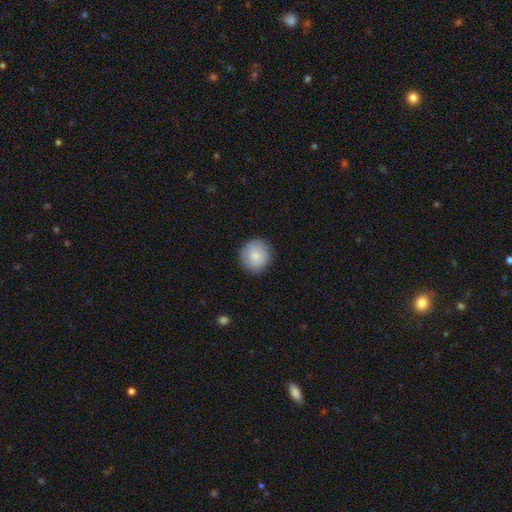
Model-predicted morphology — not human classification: Smooth or featured? Predicted: smooth (p=0.83). How rounded? Predicted: round (p=0.89). Merging? Predicted: none (p=0.86).